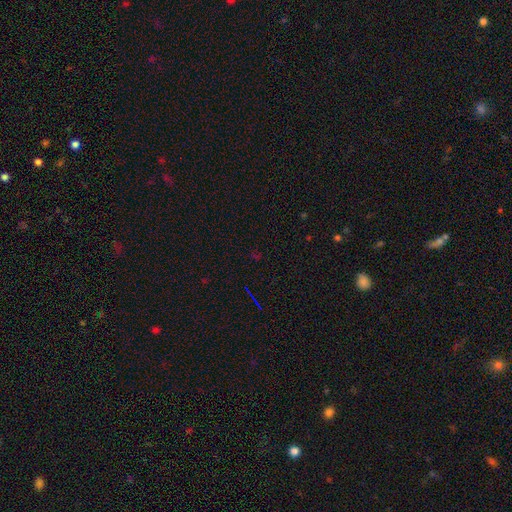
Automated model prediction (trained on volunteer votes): Smooth or featured?
  - star or artifact: 70% *
  - smooth: 20%
  - featured or disk: 10%